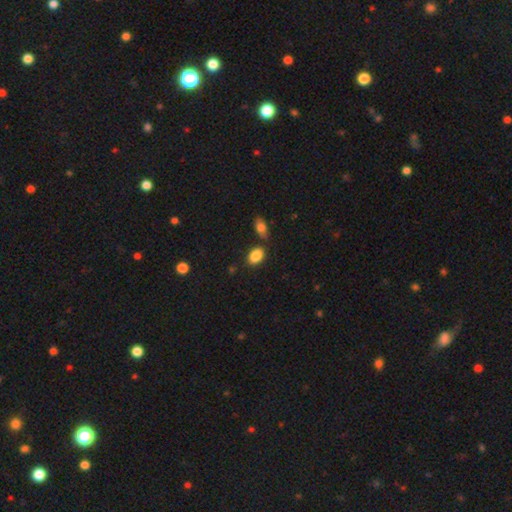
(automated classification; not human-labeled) A smooth galaxy with no disk features (86%) that is in between round and cigar-shaped (86%).

Vote fractions:
- Smooth or featured? smooth: 86% / star or artifact: 8% / featured or disk: 6%
- How rounded? in between: 86% / round: 12% / cigar-shaped: 2%
- Merging? none: 76% / minor disturbance: 13% / merger: 9% / major disturbance: 3%